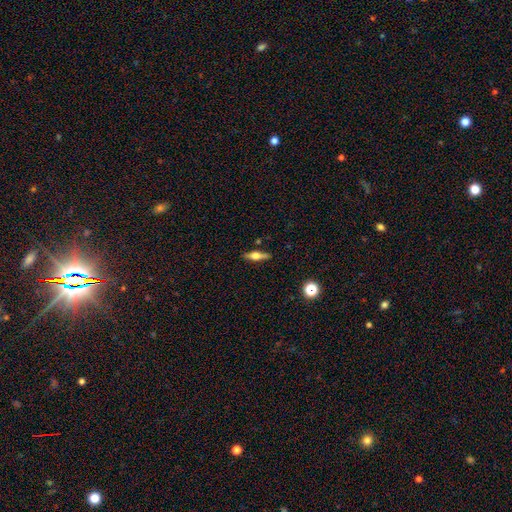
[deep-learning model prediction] This is possibly a featured or disk galaxy (56%). It is clearly viewed edge-on (95%). Edge-on bulge: clearly rounded (91%). Merging: clearly none (86%).